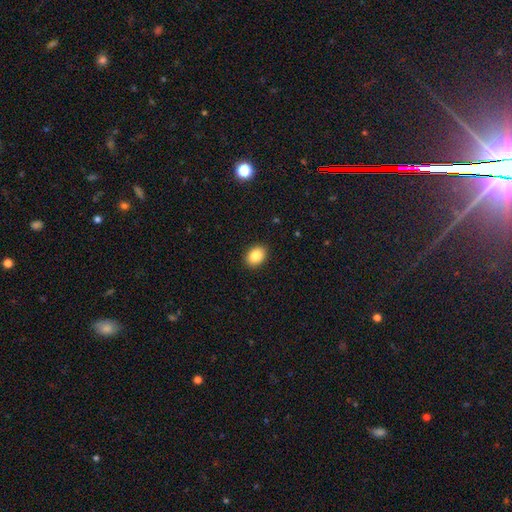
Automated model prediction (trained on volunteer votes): Smooth or featured? smooth (86%)
How rounded? in between (66%)
Merging? none (90%)